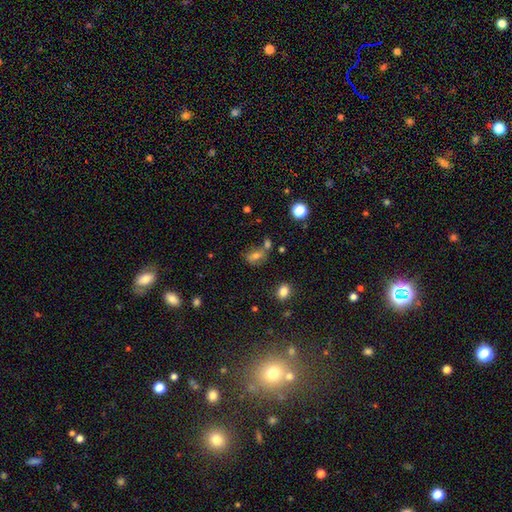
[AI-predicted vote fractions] This appears to be a smooth galaxy with no disk features (61%) that is in between round and cigar-shaped (66%). Merging: none (51%).